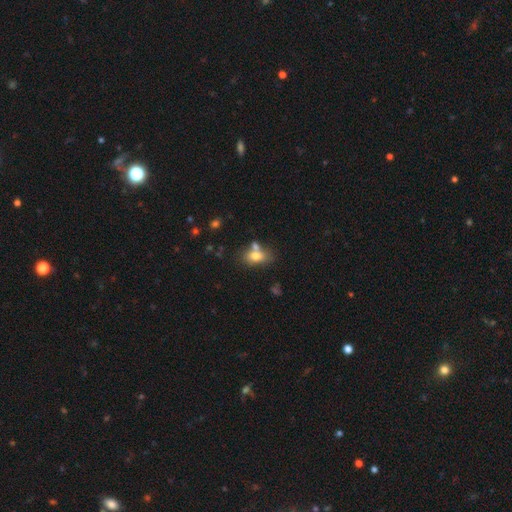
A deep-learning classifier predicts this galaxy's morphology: Overall: smooth (72%). How rounded: in between (78%). Merging: none (47%; merger 33%).